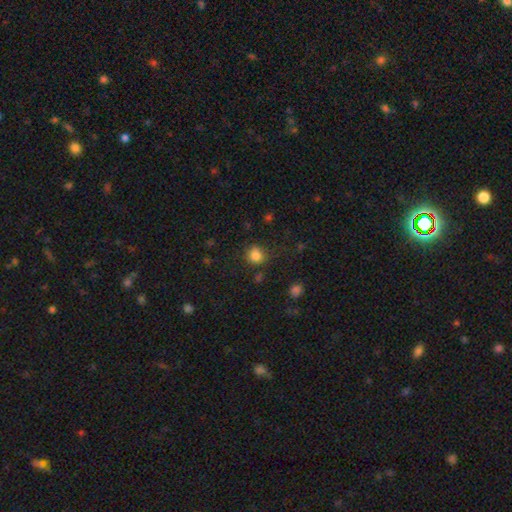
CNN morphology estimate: Smooth or featured? smooth (83%)
How rounded? round (86%)
Merging? none (77%)